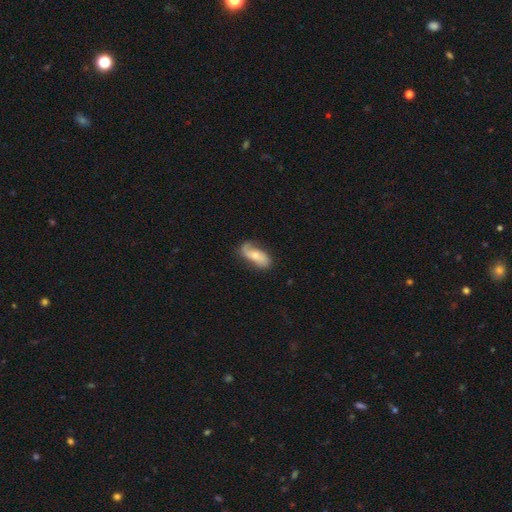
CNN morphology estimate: Overall: featured or disk (48%; smooth 45%). Merging: none (59%; minor disturbance 27%).